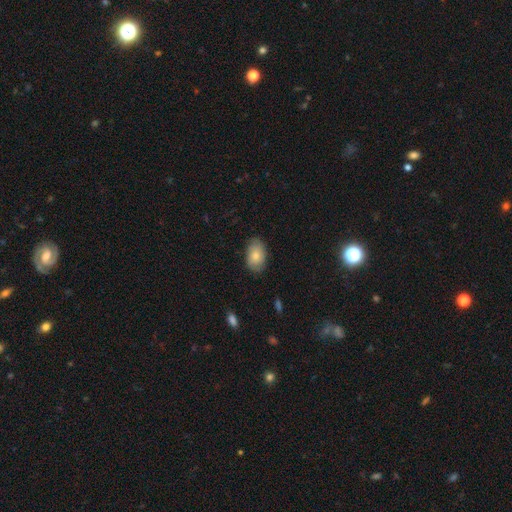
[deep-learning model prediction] Q: Smooth or featured?
A: smooth (75%); runner-up: featured or disk (18%)
Q: How rounded?
A: in between (89%); runner-up: round (10%)
Q: Merging?
A: none (78%); runner-up: minor disturbance (18%)